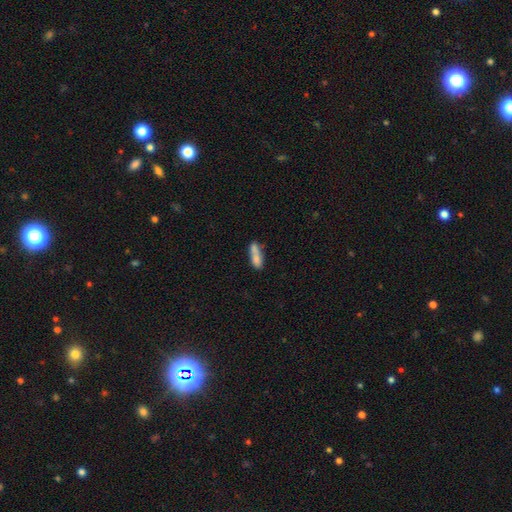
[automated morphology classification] The model was most divided on "how rounded": cigar-shaped: 52%, in between: 45%, round: 3%. Remaining: smooth or featured — smooth (77%); merging — none (46%).